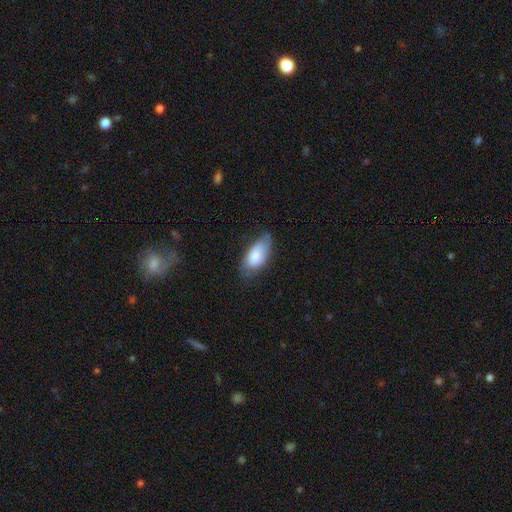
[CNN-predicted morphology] Overall: smooth (76%). How rounded: in between (92%). Merging: none (57%; minor disturbance 32%).